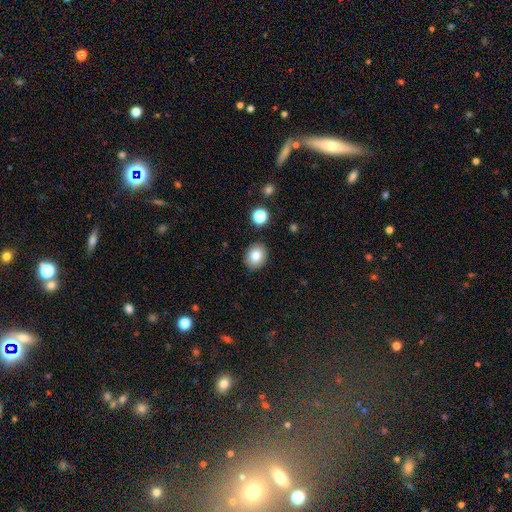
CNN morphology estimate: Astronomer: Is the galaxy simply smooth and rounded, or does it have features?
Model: smooth — 83%.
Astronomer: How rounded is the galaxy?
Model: round — 54% (runner-up: in between, 46%).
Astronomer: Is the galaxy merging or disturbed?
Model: none — 87%.